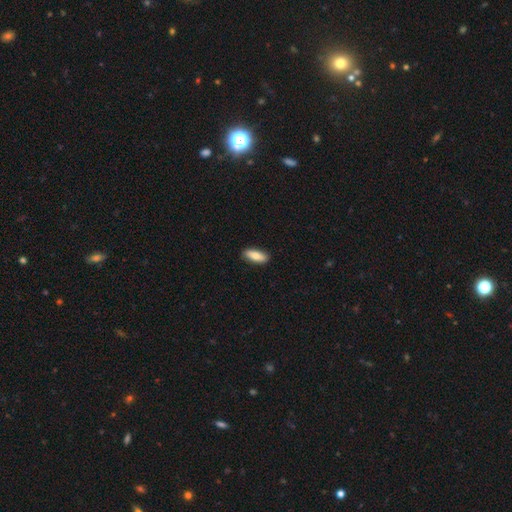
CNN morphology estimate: A smooth galaxy with no disk features (82%) that is in between round and cigar-shaped (69%). Merging: none (89%).